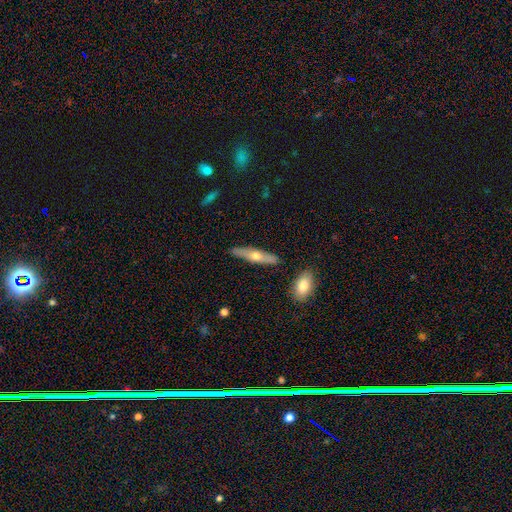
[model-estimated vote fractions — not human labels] Q: Smooth or featured?
A: featured or disk (51%); runner-up: smooth (43%)
Q: Edge-on disk?
A: yes (87%); runner-up: no (13%)
Q: Merging?
A: none (85%); runner-up: minor disturbance (10%)